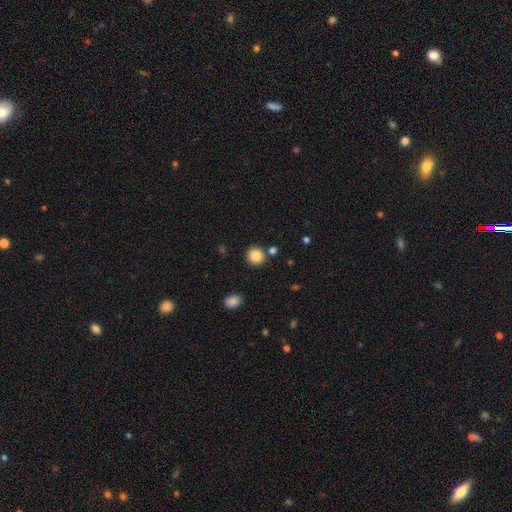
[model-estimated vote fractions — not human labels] smooth_or_featured: smooth (p=0.85) [alt: star or artifact p=0.10]
how_rounded: round (p=0.92) [alt: in between p=0.07]
merging: none (p=0.83) [alt: merger p=0.08]